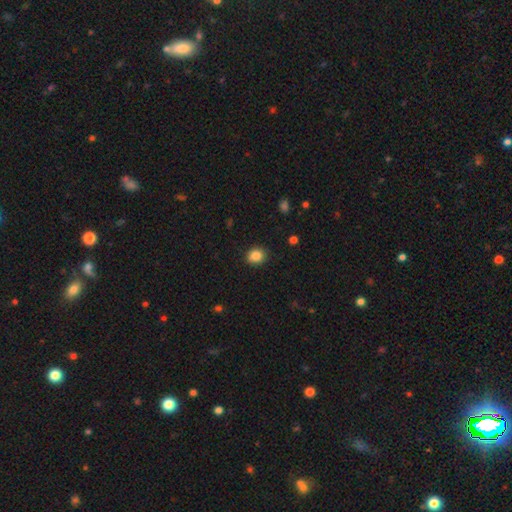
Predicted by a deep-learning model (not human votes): Smooth or featured? Predicted: smooth (p=0.86). How rounded? Predicted: round (p=0.67). Merging? Predicted: none (p=0.89).